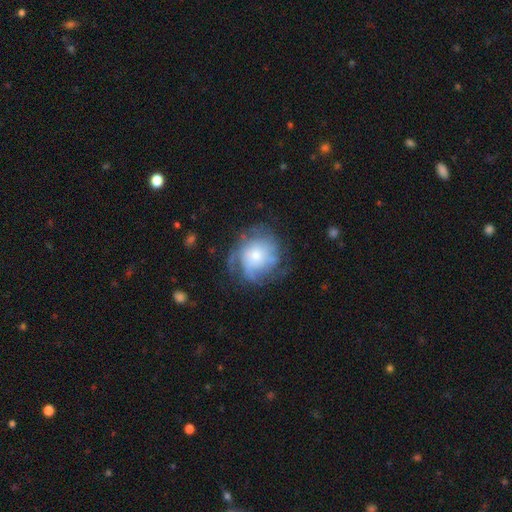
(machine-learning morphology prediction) A featured or disk galaxy (62%) with no bar (81%), spiral arms (76%) and a moderate central bulge (45%).

Vote fractions:
- Smooth or featured? featured or disk: 62% / smooth: 30% / star or artifact: 9%
- Edge-on disk? no: 97% / yes: 3%
- Bar? no: 81% / weak: 16% / strong: 3%
- Spiral arms? yes: 76% / no: 24%
- Bulge size? moderate: 45% / small: 41% / large: 10% / none: 2% / dominant: 2%
- Merging? none: 60% / minor disturbance: 22% / major disturbance: 16% / merger: 2%